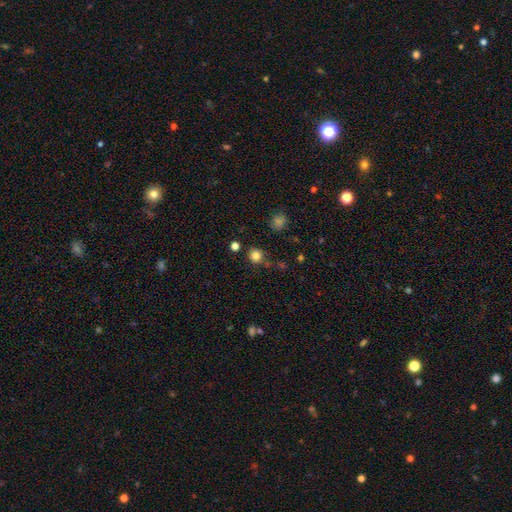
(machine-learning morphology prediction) Smooth or featured? Predicted: smooth (p=0.82). How rounded? Predicted: round (p=0.89). Merging? Predicted: none (p=0.77).